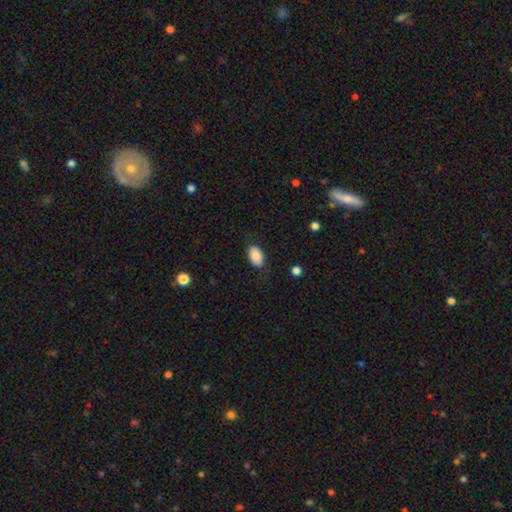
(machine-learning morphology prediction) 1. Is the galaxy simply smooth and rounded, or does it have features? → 85% smooth, 8% featured or disk, 7% star or artifact.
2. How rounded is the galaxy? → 92% in between, 6% round, 1% cigar-shaped.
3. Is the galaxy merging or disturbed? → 83% none, 13% minor disturbance, 3% major disturbance, 1% merger.